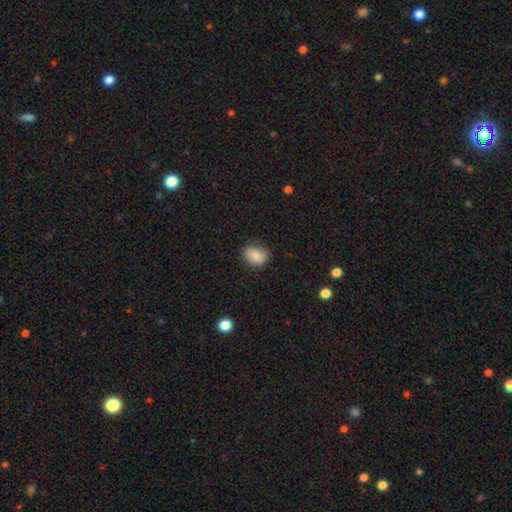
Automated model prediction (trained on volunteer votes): Morphology: type=smooth (84%); roundness=in between (61%); merging=none (77%).